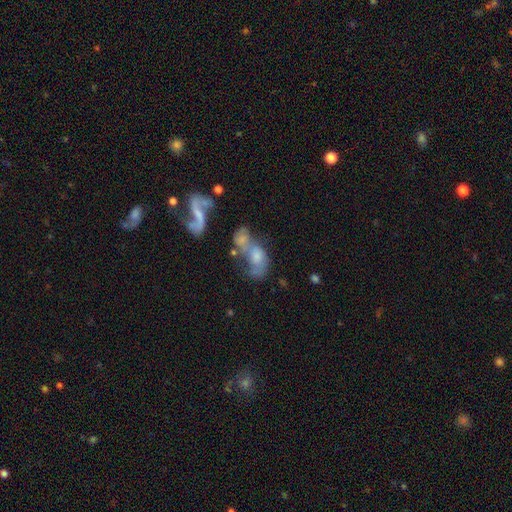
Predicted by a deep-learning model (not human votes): Smooth or featured? Predicted: featured or disk (p=0.48). Merging? Predicted: merger (p=0.61).